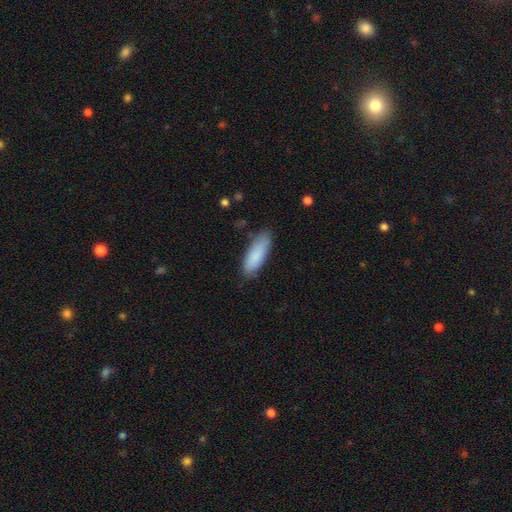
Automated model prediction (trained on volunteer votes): This is clearly a smooth galaxy (86%). How rounded: likely in between (66%). Merging: likely none (79%).